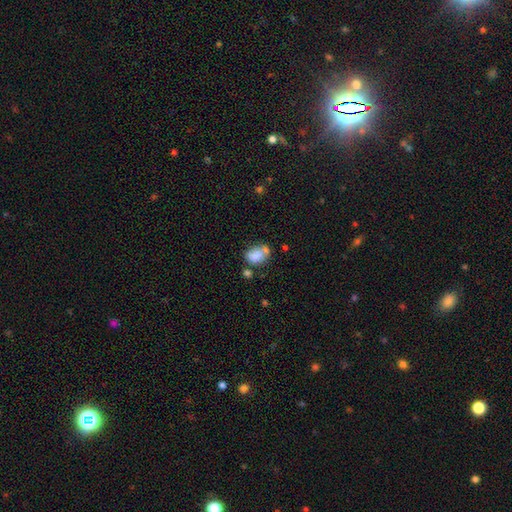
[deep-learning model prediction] This is likely a smooth galaxy (78%). How rounded: likely in between (72%). Merging: marginally none (41%).